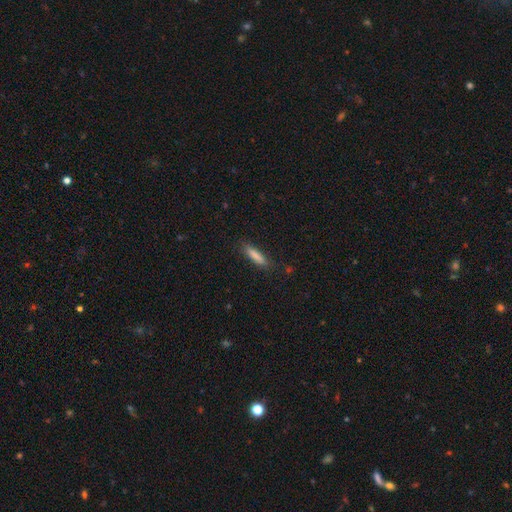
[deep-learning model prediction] smooth 83%, featured or disk 10%, star or artifact 7%. Down the decision tree: how rounded — cigar-shaped (78%); merging — none (84%).